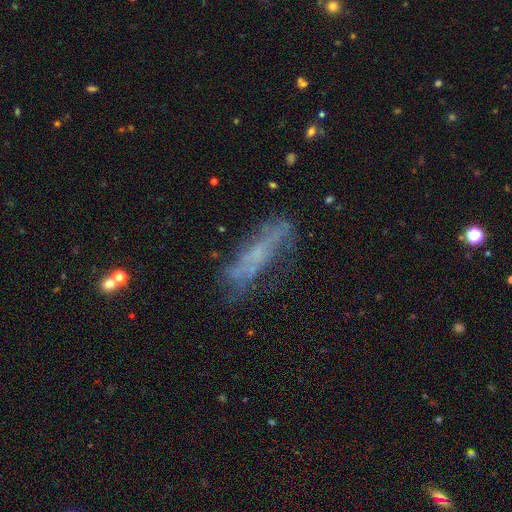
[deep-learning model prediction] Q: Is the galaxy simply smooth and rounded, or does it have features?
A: featured or disk — 53%.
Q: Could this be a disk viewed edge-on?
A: no — 60%.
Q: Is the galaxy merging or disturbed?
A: none — 57%.